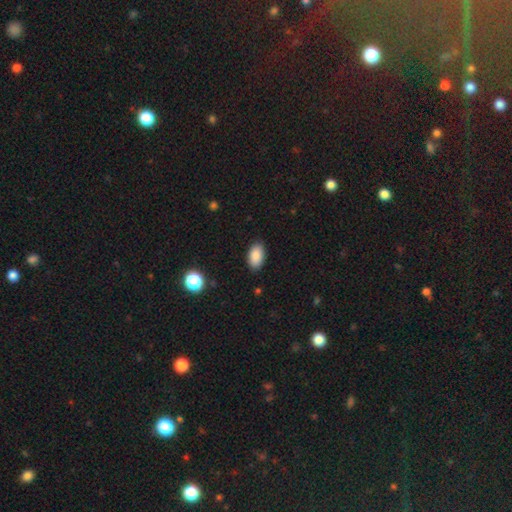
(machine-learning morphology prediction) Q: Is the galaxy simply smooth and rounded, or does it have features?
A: smooth — 88%.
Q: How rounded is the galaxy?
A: in between — 93%.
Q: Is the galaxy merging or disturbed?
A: none — 87%.